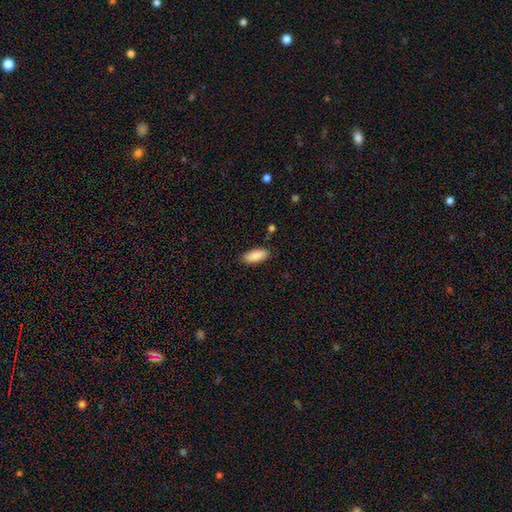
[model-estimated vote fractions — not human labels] This is clearly a smooth galaxy (88%). How rounded: clearly in between (86%). Merging: clearly none (86%).